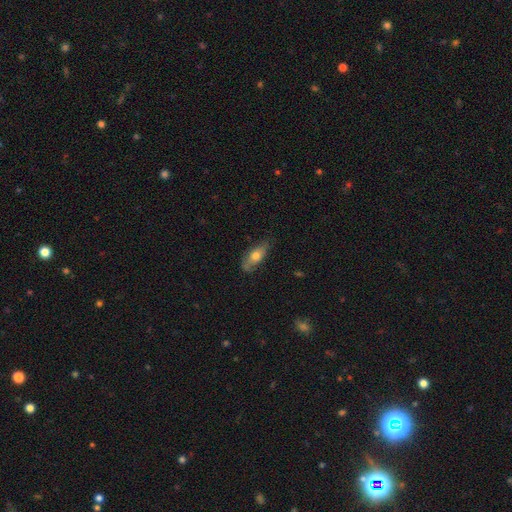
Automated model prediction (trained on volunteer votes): The model was most divided on "smooth or featured": smooth: 60%, featured or disk: 34%, star or artifact: 7%. More confident: how rounded — in between (74%); merging — none (69%).